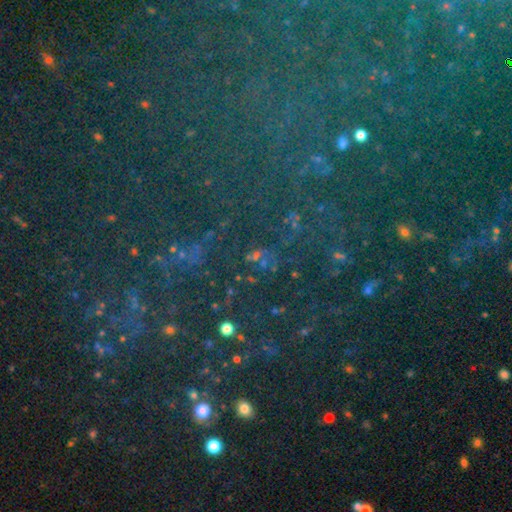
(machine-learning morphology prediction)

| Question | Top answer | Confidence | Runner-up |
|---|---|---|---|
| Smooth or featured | star or artifact | 77% | smooth (14%) |